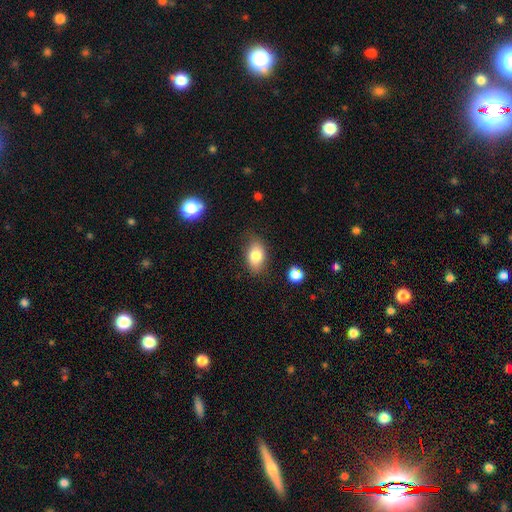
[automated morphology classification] Smooth or featured?
  - smooth: 82% *
  - featured or disk: 10%
  - star or artifact: 8%
How rounded?
  - in between: 87% *
  - round: 11%
  - cigar-shaped: 2%
Merging?
  - none: 76% *
  - minor disturbance: 17%
  - major disturbance: 4%
  - merger: 2%